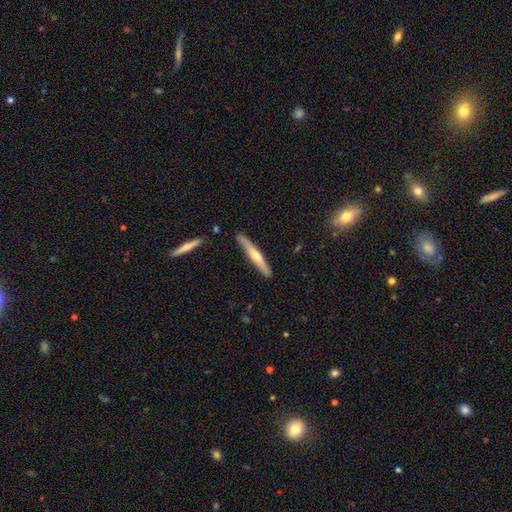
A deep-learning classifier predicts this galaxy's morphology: Smooth or featured? featured or disk (55%)
Edge-on disk? yes (95%)
Edge-on bulge? rounded (81%)
Merging? none (86%)